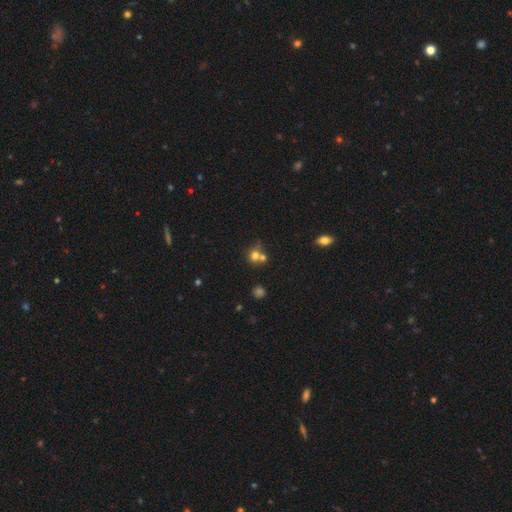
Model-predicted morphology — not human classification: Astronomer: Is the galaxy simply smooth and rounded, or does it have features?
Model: smooth — 69%.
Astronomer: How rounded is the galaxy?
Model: round — 80%.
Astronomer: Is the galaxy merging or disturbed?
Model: merger — 45% (runner-up: none, 41%).